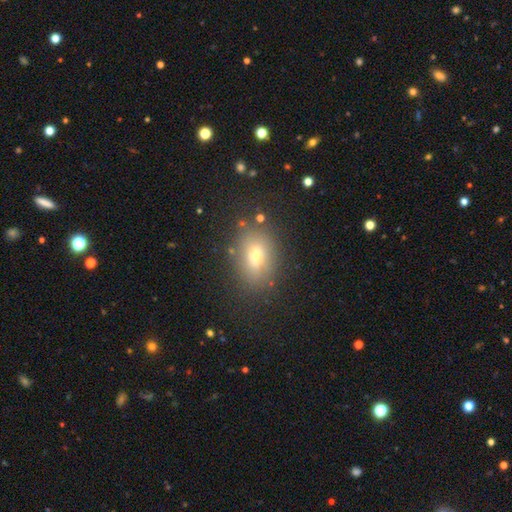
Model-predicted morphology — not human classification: Overall: smooth (69%). How rounded: in between (80%). Merging: none (80%).